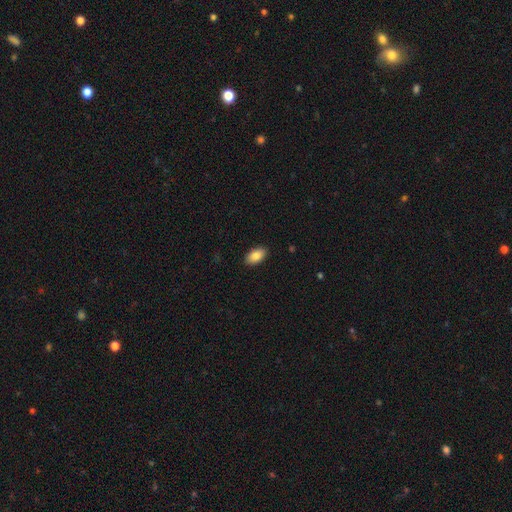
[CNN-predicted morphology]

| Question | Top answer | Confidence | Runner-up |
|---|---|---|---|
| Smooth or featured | smooth | 87% | star or artifact (7%) |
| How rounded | in between | 94% | round (4%) |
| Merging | none | 90% | minor disturbance (8%) |